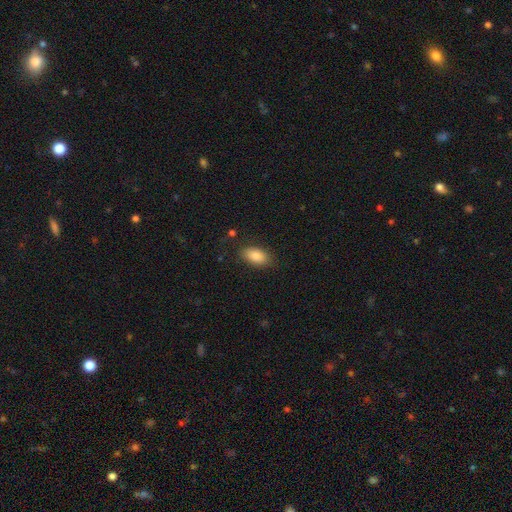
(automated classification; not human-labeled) A smooth galaxy with no disk features (87%) that is in between round and cigar-shaped (92%). Merging: none (83%).